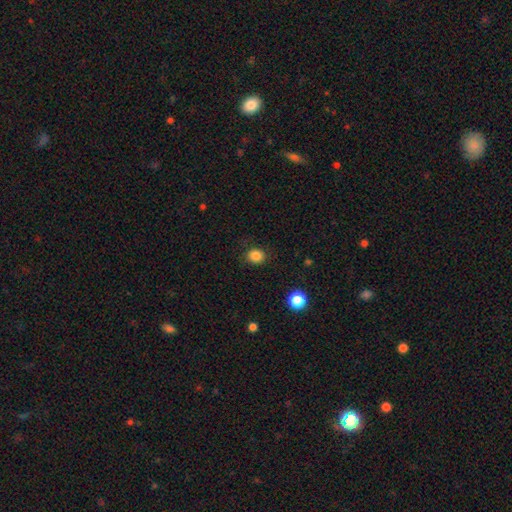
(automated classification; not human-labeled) Morphology: type=smooth (85%); roundness=round (75%); merging=none (87%).